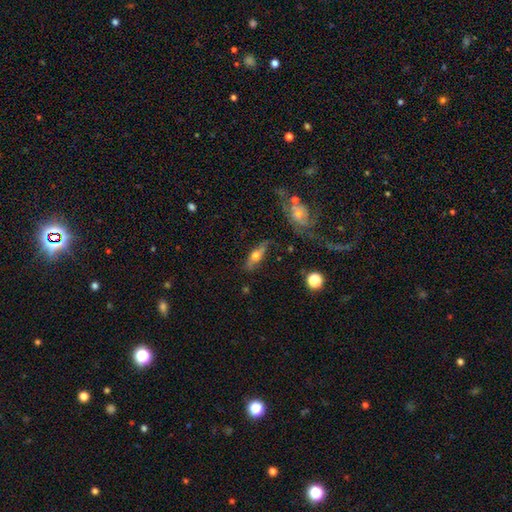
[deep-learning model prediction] smooth-or-featured: featured or disk: 49% | smooth: 43% | star or artifact: 8%
  merging: none: 72% | minor disturbance: 19% | major disturbance: 6% | merger: 4%